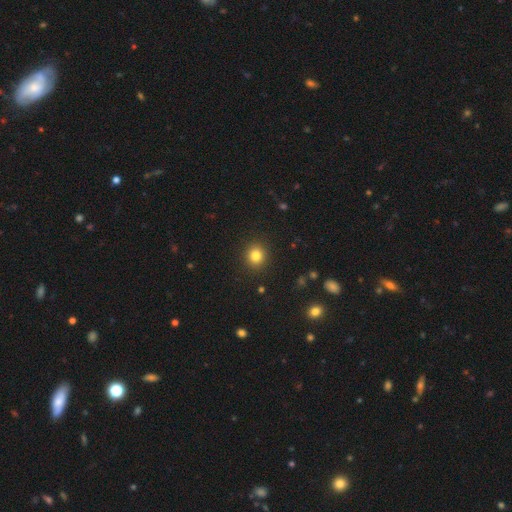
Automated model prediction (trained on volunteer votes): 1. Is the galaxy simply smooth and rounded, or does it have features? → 82% smooth, 12% star or artifact, 6% featured or disk.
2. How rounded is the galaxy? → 86% round, 13% in between, 1% cigar-shaped.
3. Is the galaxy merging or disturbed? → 91% none, 6% minor disturbance, 2% major disturbance, 1% merger.